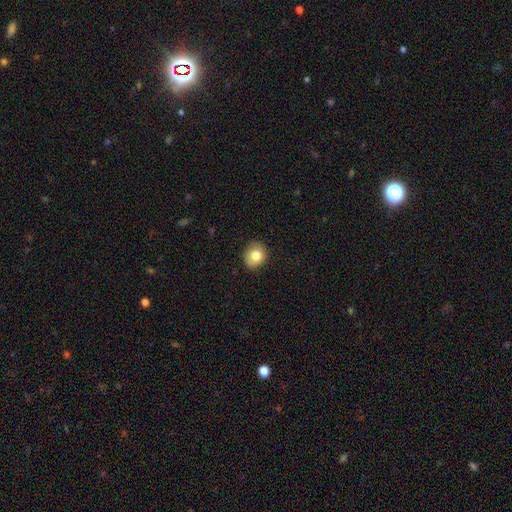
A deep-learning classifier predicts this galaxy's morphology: A smooth galaxy with no disk features (82%) that is round (68%).

Vote fractions:
- Smooth or featured? smooth: 82% / featured or disk: 9% / star or artifact: 9%
- How rounded? round: 68% / in between: 31% / cigar-shaped: 1%
- Merging? none: 80% / minor disturbance: 16% / major disturbance: 3% / merger: 1%